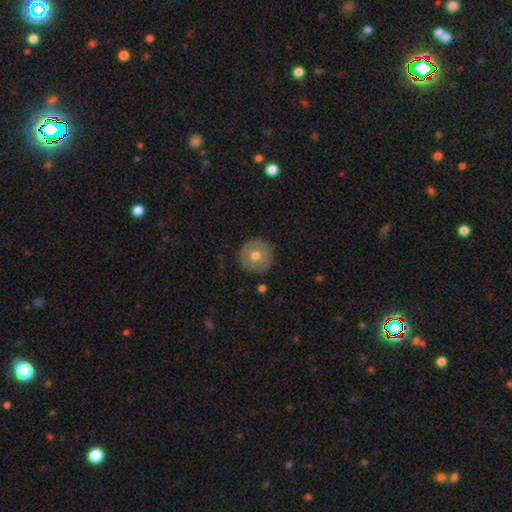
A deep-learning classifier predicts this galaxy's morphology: The model was most divided on "smooth or featured": smooth: 61%, featured or disk: 32%, star or artifact: 7%. More confident: how rounded — round (96%); merging — none (90%).